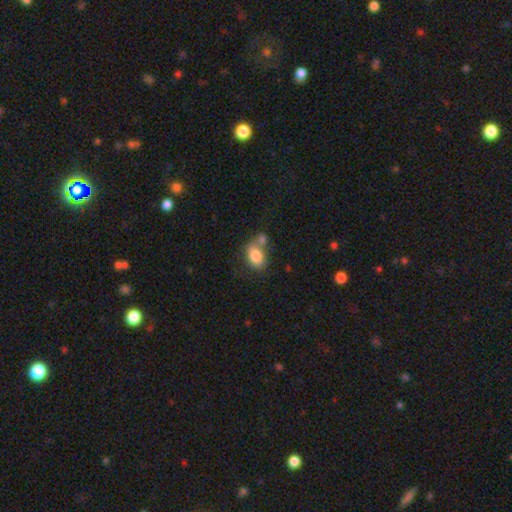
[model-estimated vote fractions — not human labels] smooth-or-featured: smooth: 82% | featured or disk: 10% | star or artifact: 8%
  how-rounded: in between: 74% | round: 25% | cigar-shaped: 1%
  merging: none: 43% | merger: 34% | minor disturbance: 17% | major disturbance: 7%